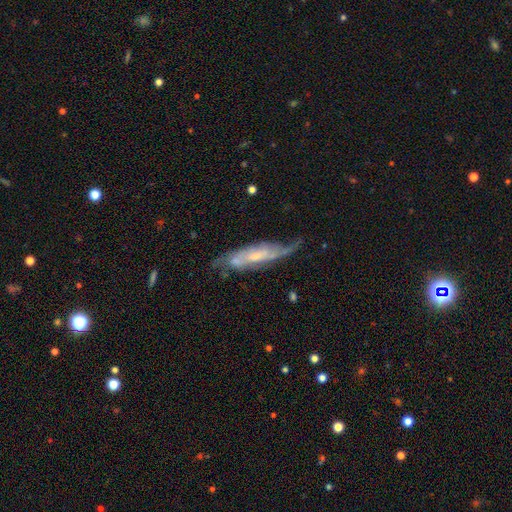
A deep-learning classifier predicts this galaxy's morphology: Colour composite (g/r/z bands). It shows a featured or disk galaxy (73%). Merging: none (53%).